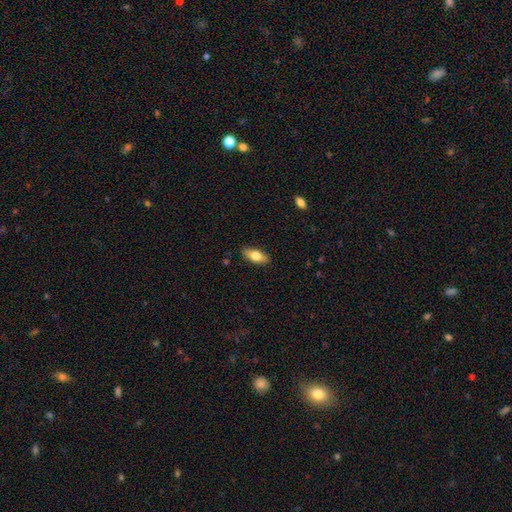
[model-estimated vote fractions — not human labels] Smooth or featured? smooth (74%)
How rounded? in between (81%)
Merging? none (87%)